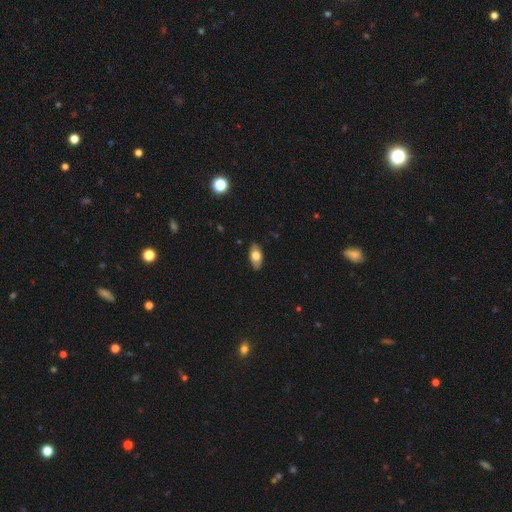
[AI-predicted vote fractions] The model was most divided on "smooth or featured": smooth: 75%, featured or disk: 18%, star or artifact: 7%. More confident: how rounded — in between (91%); merging — none (85%).